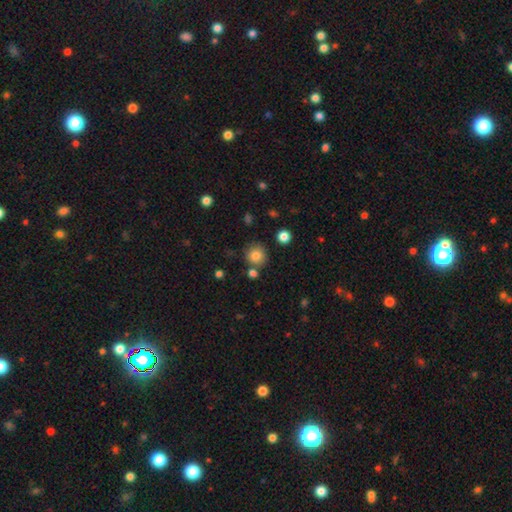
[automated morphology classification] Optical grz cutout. It shows a smooth galaxy with no disk features (83%) that is round (90%). Merging: none (78%).